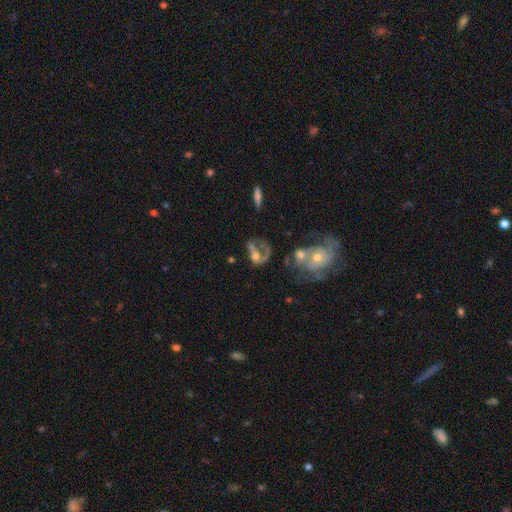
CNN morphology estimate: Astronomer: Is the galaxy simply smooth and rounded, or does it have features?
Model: featured or disk — 62%.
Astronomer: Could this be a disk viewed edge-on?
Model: no — 96%.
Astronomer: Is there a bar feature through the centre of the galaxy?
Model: no — 73%.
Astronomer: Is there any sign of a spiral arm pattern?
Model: yes — 57% (runner-up: no, 43%).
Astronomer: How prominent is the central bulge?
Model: moderate — 45% (runner-up: small, 23%).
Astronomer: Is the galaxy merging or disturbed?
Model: major disturbance — 38% (runner-up: merger, 29%).